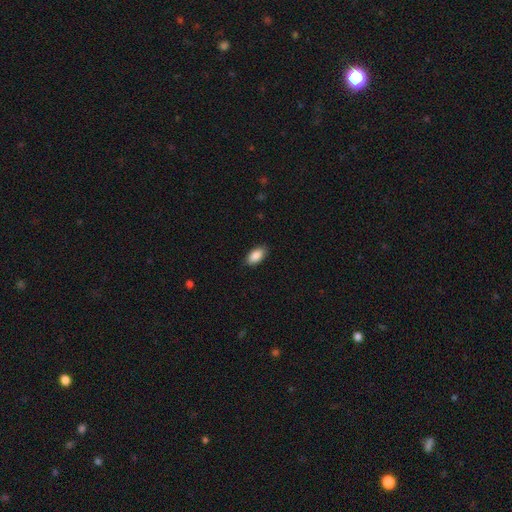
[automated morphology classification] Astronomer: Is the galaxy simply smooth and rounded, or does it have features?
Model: smooth — 89%.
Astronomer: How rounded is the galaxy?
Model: in between — 94%.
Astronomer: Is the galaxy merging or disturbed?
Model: none — 87%.